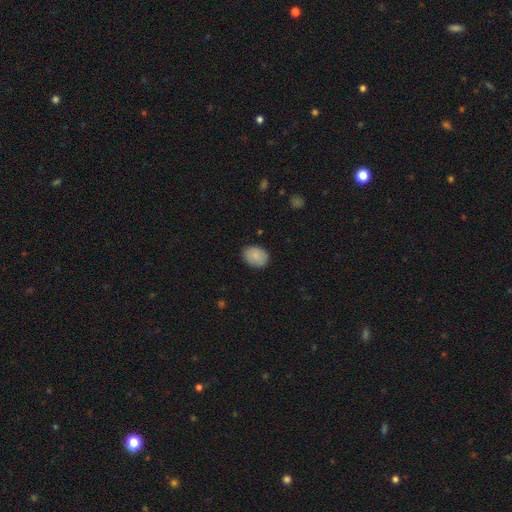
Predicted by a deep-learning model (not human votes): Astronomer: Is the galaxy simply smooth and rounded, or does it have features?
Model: smooth — 87%.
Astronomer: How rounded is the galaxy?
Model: in between — 68%.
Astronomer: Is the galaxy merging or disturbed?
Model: none — 86%.